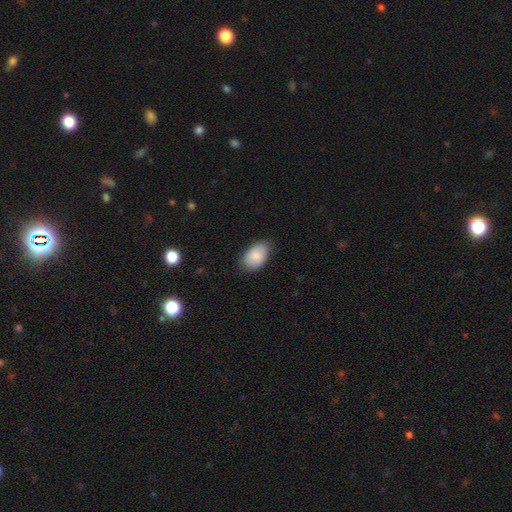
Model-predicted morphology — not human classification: This is clearly a smooth galaxy (83%). How rounded: clearly in between (91%). Merging: likely none (76%).